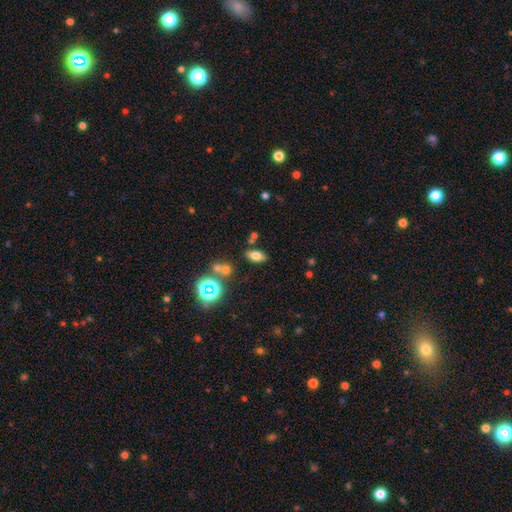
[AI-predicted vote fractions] Smooth or featured? smooth (72%)
How rounded? in between (88%)
Merging? none (78%)